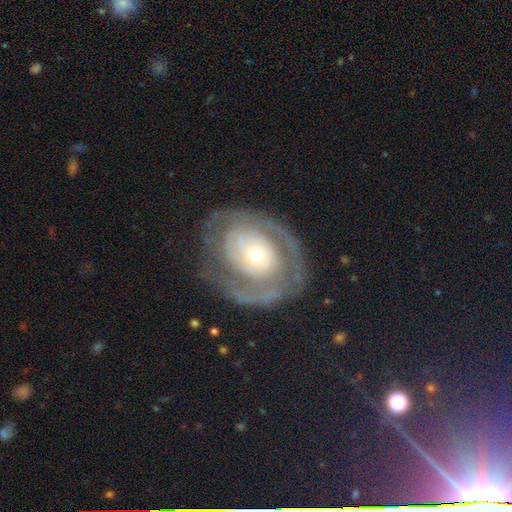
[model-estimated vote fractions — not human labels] smooth_or_featured: featured or disk (p=0.80) [alt: smooth p=0.14]
disk_edge_on: no (p=0.96) [alt: yes p=0.04]
bar: no (p=0.78) [alt: weak p=0.16]
has_spiral_arms: yes (p=0.80) [alt: no p=0.20]
spiral_winding: tight (p=0.70) [alt: medium p=0.22]
spiral_arm_count: 2 (p=0.35) [alt: can't tell p=0.34]
bulge_size: small (p=0.53) [alt: moderate p=0.41]
merging: none (p=0.68) [alt: minor disturbance p=0.18]